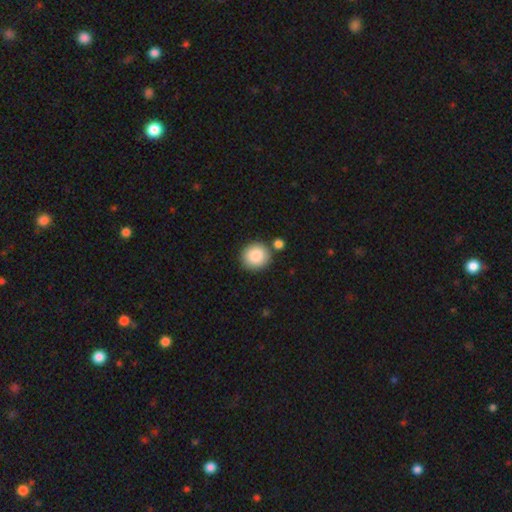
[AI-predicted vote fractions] smooth 88%, star or artifact 7%, featured or disk 5%. Down the decision tree: how rounded — round (88%); merging — none (79%).